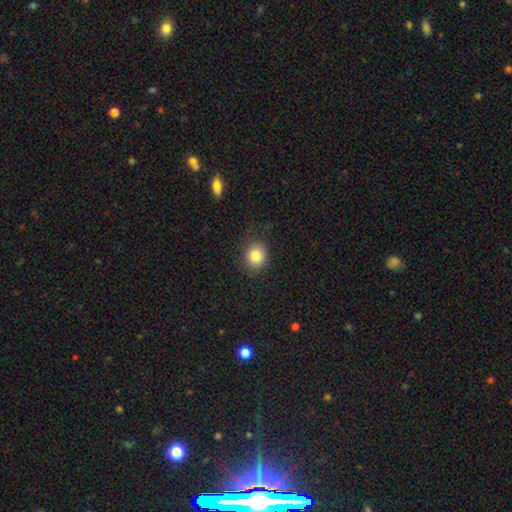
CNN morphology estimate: Smooth or featured?
  - smooth: 83% *
  - star or artifact: 10%
  - featured or disk: 7%
How rounded?
  - round: 76% *
  - in between: 23%
  - cigar-shaped: 1%
Merging?
  - none: 86% *
  - minor disturbance: 10%
  - major disturbance: 3%
  - merger: 1%